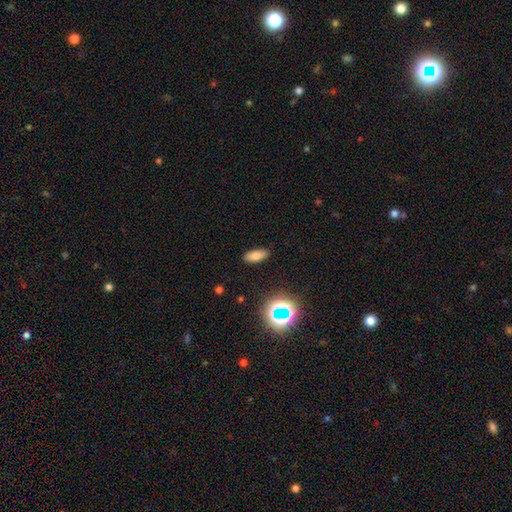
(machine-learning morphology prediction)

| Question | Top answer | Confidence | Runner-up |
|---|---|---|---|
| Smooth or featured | smooth | 77% | star or artifact (15%) |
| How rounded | in between | 74% | cigar-shaped (22%) |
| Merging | none | 87% | minor disturbance (9%) |